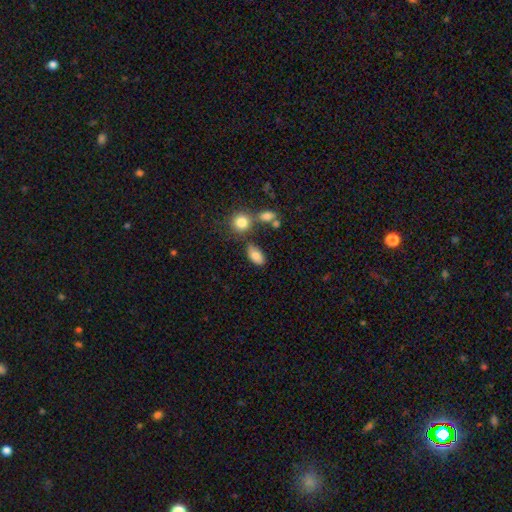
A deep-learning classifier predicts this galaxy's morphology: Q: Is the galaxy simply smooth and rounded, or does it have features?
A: smooth — 81%.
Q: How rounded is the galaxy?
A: in between — 88%.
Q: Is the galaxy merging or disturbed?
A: none — 69%.